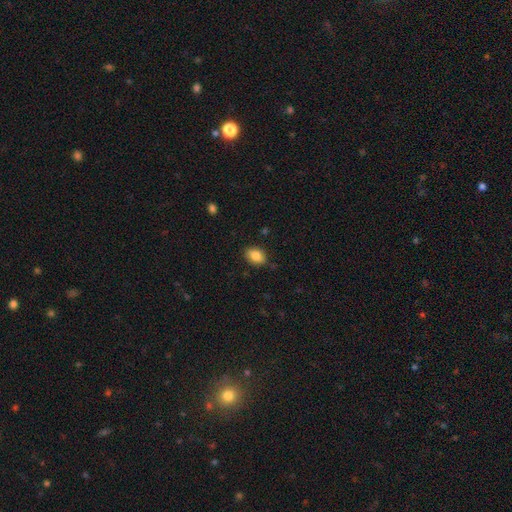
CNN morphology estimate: Smooth or featured?
  - smooth: 85% *
  - star or artifact: 8%
  - featured or disk: 6%
How rounded?
  - in between: 75% *
  - round: 24%
  - cigar-shaped: 1%
Merging?
  - none: 84% *
  - minor disturbance: 12%
  - major disturbance: 2%
  - merger: 1%